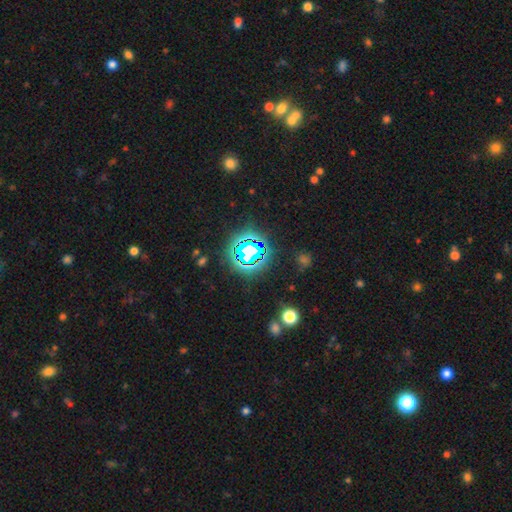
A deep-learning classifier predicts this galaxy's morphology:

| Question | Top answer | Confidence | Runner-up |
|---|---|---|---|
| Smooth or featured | star or artifact | 72% | smooth (16%) |